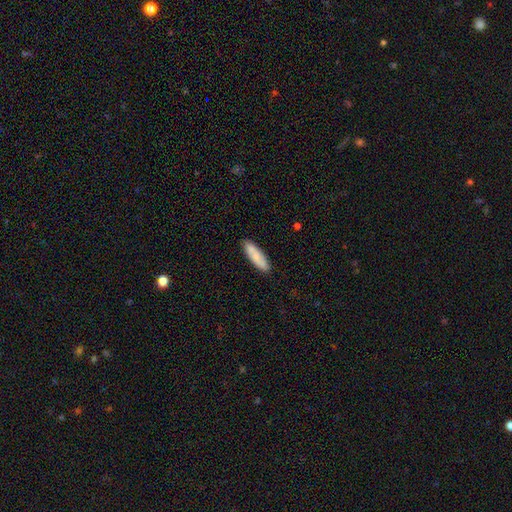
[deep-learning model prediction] A smooth galaxy with no disk features (80%) that is cigar-shaped (59%).

Vote fractions:
- Smooth or featured? smooth: 80% / featured or disk: 15% / star or artifact: 6%
- How rounded? cigar-shaped: 59% / in between: 39% / round: 2%
- Merging? none: 88% / minor disturbance: 10% / major disturbance: 2% / merger: 1%